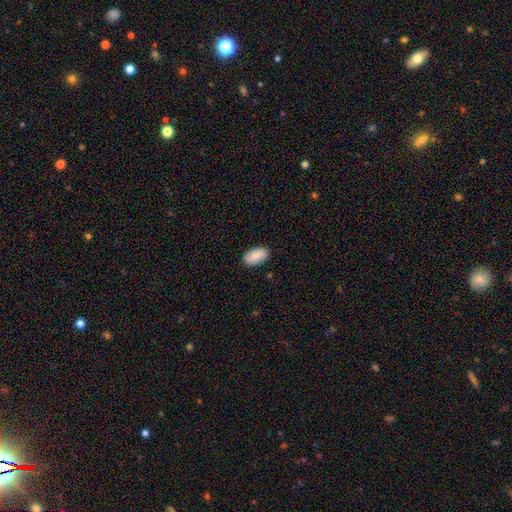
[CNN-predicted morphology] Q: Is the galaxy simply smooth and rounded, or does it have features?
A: smooth — 79%.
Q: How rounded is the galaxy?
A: in between — 94%.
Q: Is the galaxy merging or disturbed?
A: none — 87%.